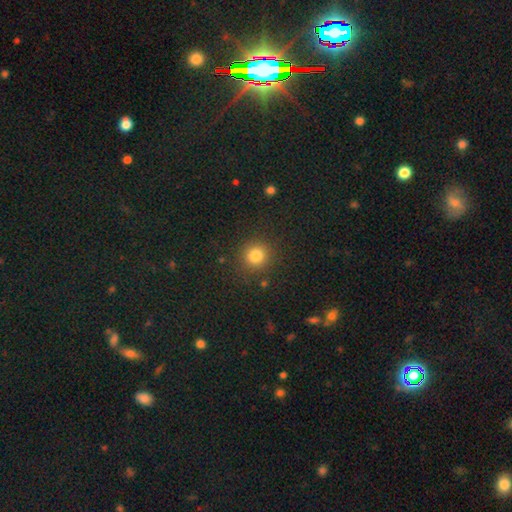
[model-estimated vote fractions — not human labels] A smooth galaxy with no disk features (81%) that is round (91%).

Vote fractions:
- Smooth or featured? smooth: 81% / star or artifact: 14% / featured or disk: 6%
- How rounded? round: 91% / in between: 8% / cigar-shaped: 1%
- Merging? none: 87% / minor disturbance: 7% / major disturbance: 3% / merger: 2%